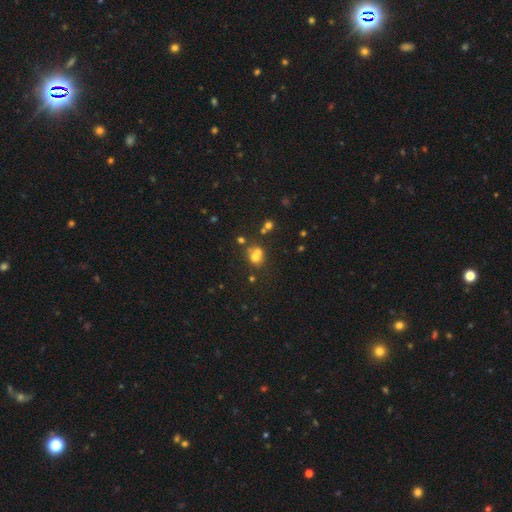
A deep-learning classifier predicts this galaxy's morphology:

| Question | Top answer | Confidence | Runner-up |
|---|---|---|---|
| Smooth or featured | smooth | 58% | featured or disk (21%) |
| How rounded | round | 75% | in between (24%) |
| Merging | merger | 51% | none (36%) |